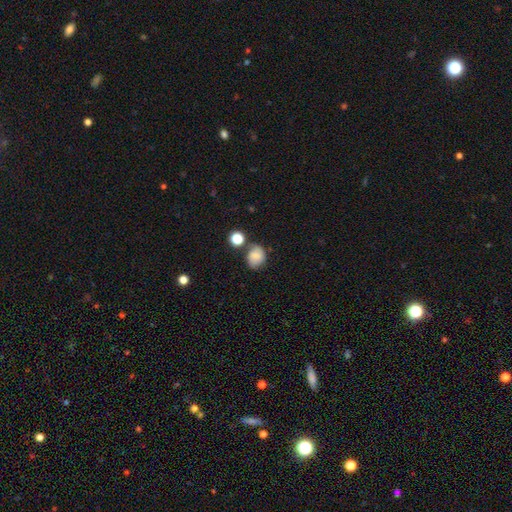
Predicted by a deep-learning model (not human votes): The model was most divided on "how rounded": round: 52%, in between: 47%, cigar-shaped: 1%. More confident: smooth or featured — smooth (76%); merging — none (61%).